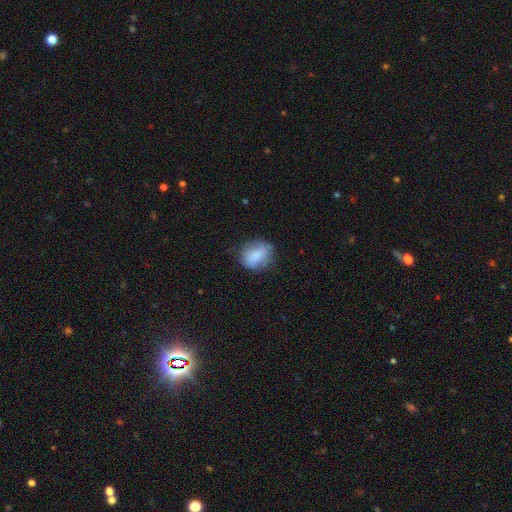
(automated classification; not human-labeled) This is clearly a smooth galaxy (82%). How rounded: possibly in between (49%, tied with round). Merging: likely none (69%).